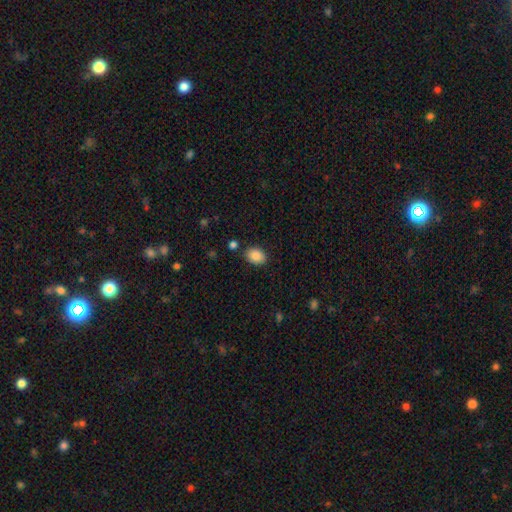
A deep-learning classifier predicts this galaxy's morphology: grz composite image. It shows a smooth galaxy with no disk features (87%) that is in between round and cigar-shaped (74%). Merging: none (85%).